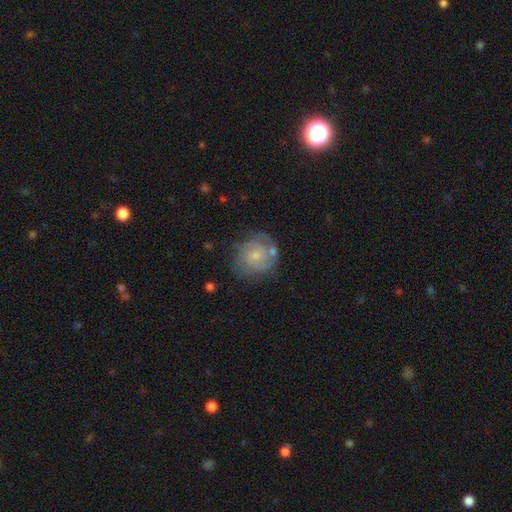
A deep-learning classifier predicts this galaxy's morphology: A featured or disk galaxy (65%) with no bar (74%), tight (58%) spiral arms (84%) and a small central bulge (72%). Merging: none (63%).